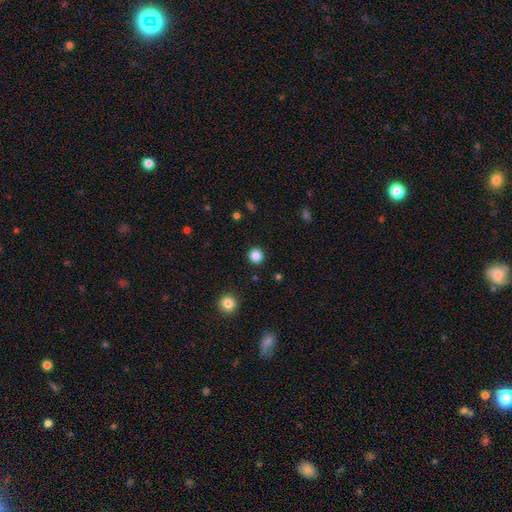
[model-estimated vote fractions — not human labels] Overall: smooth (84%). How rounded: round (95%). Merging: none (92%).